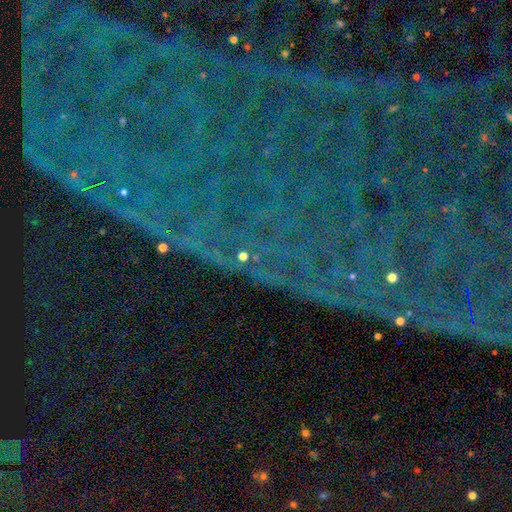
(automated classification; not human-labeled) smooth-or-featured: star or artifact: 88% | featured or disk: 7% | smooth: 6%